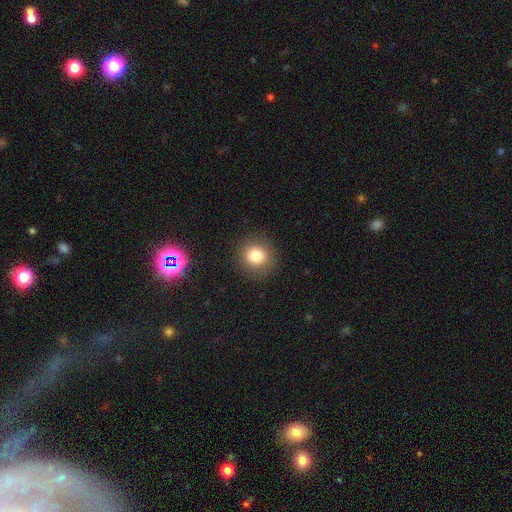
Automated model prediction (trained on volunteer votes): Smooth or featured? smooth (80%)
How rounded? round (89%)
Merging? none (89%)